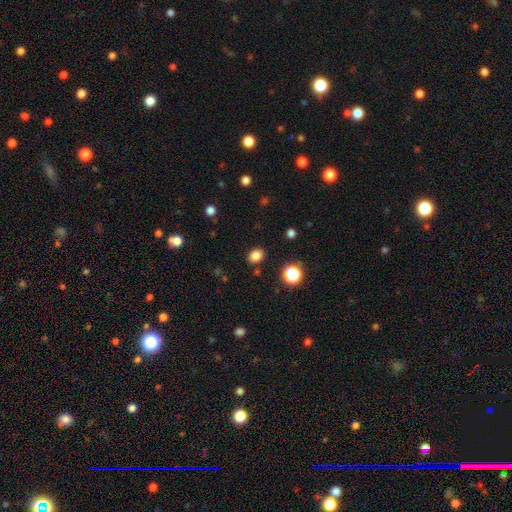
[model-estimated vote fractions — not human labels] Overall: smooth (83%). How rounded: in between (62%; round 38%). Merging: none (86%).